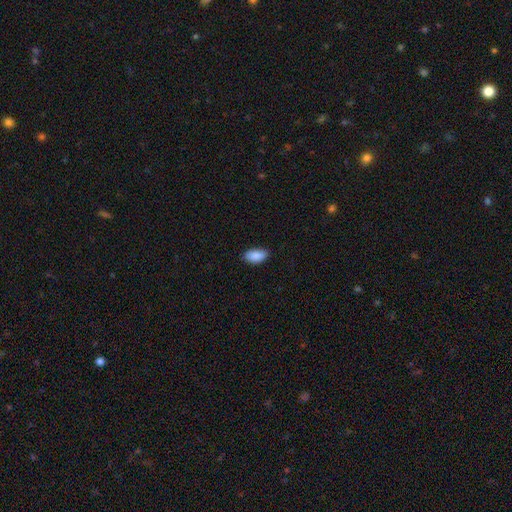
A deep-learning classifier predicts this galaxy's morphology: The model was most divided on "merging": none: 81%, minor disturbance: 15%, major disturbance: 2%, merger: 1%. More confident: how rounded — in between (94%); smooth or featured — smooth (89%).